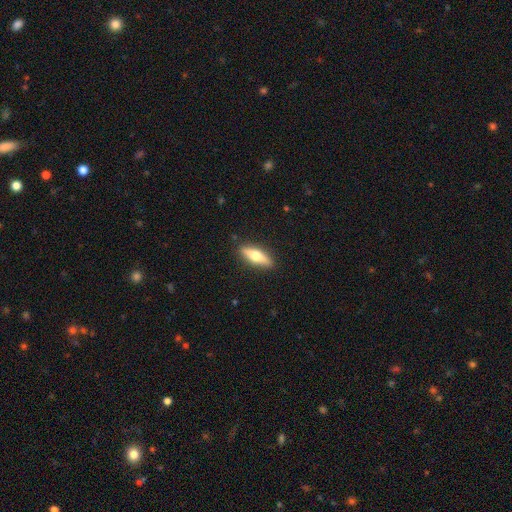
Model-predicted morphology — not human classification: Smooth or featured? smooth (50%)
How rounded? cigar-shaped (53%)
Merging? none (89%)